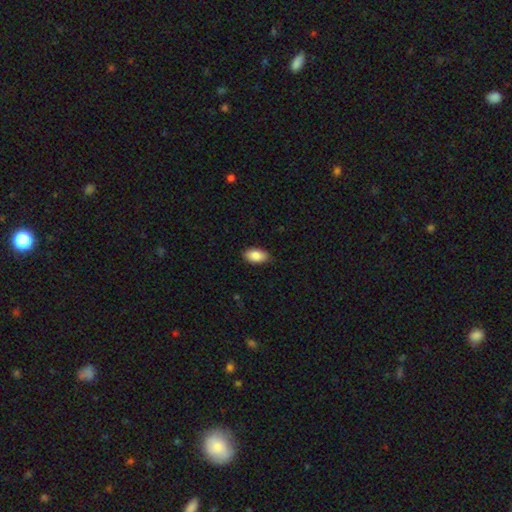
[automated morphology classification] Overall: smooth (88%). How rounded: in between (93%). Merging: none (86%).